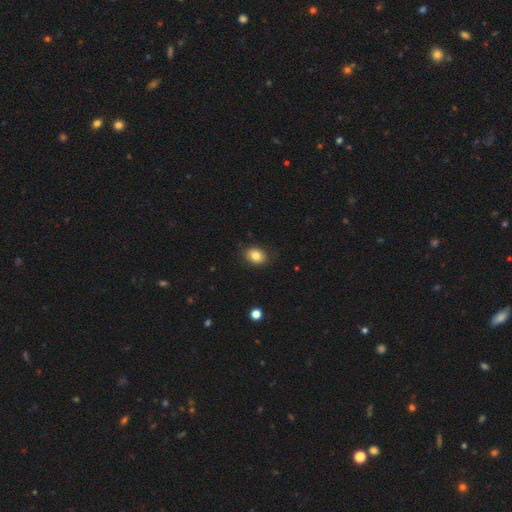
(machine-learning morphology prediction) Smooth or featured? smooth (81%)
How rounded? in between (59%)
Merging? none (85%)